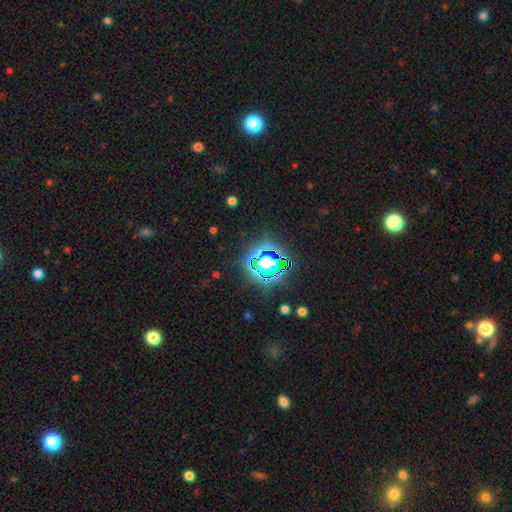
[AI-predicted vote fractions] Q: Smooth or featured?
A: star or artifact (77%); runner-up: smooth (16%)